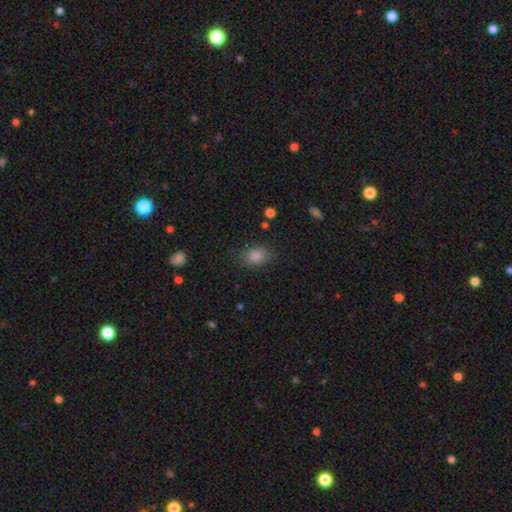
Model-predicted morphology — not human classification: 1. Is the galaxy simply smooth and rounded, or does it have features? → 81% smooth, 13% star or artifact, 6% featured or disk.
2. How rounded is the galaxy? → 68% in between, 30% round, 1% cigar-shaped.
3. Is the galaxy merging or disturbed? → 82% none, 12% minor disturbance, 4% major disturbance, 1% merger.